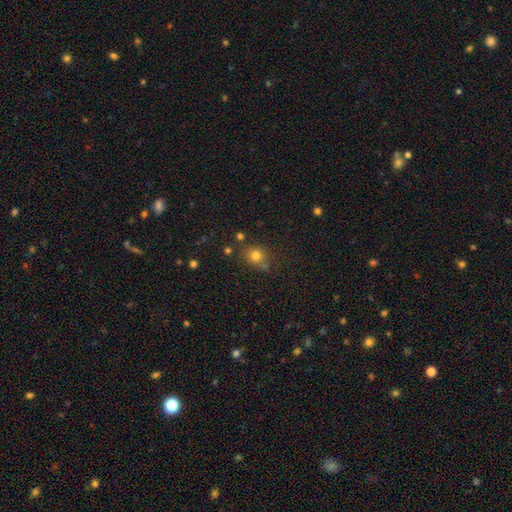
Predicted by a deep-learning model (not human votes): Smooth or featured? smooth (78%)
How rounded? round (71%)
Merging? none (70%)